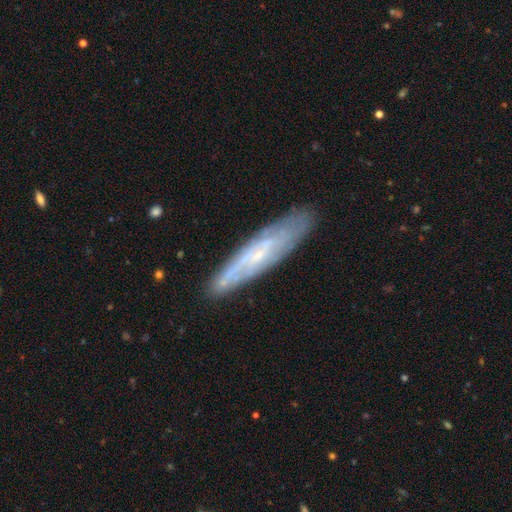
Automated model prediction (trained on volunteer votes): Smooth or featured? featured or disk (67%)
Edge-on disk? no (51%)
Merging? none (82%)